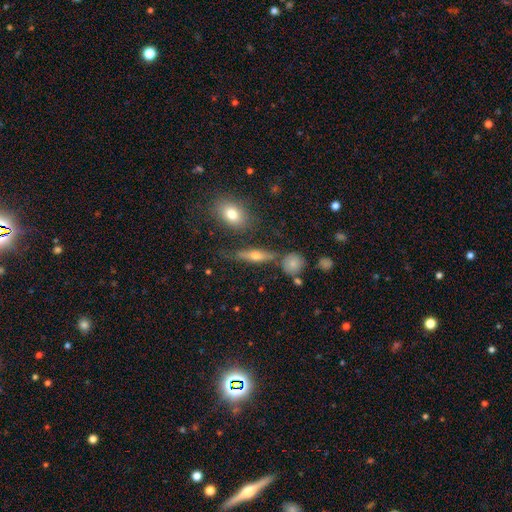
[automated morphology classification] A featured or disk galaxy (57%) viewed edge-on (86%).

Vote fractions:
- Smooth or featured? featured or disk: 57% / smooth: 28% / star or artifact: 15%
- Edge-on disk? yes: 86% / no: 14%
- Merging? none: 73% / minor disturbance: 14% / merger: 7% / major disturbance: 6%